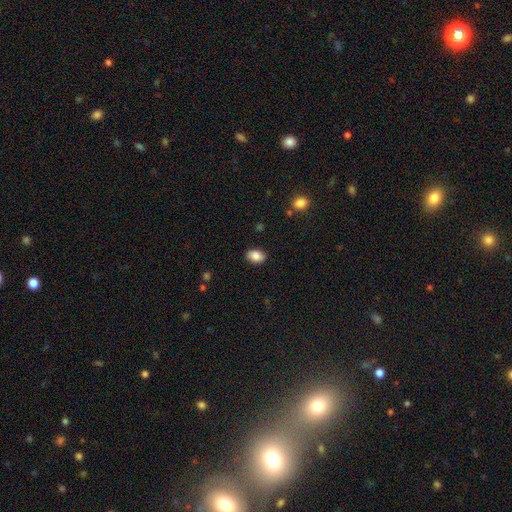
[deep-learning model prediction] smooth-or-featured: smooth: 86% | star or artifact: 8% | featured or disk: 6%
  how-rounded: in between: 83% | round: 16% | cigar-shaped: 1%
  merging: none: 87% | minor disturbance: 10% | major disturbance: 2% | merger: 1%